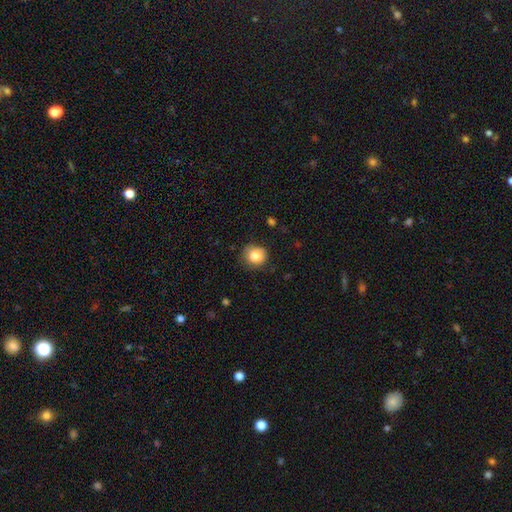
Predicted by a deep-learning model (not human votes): The model was most divided on "merging": none: 77%, minor disturbance: 18%, major disturbance: 4%, merger: 1%. More confident: how rounded — round (85%); smooth or featured — smooth (84%).